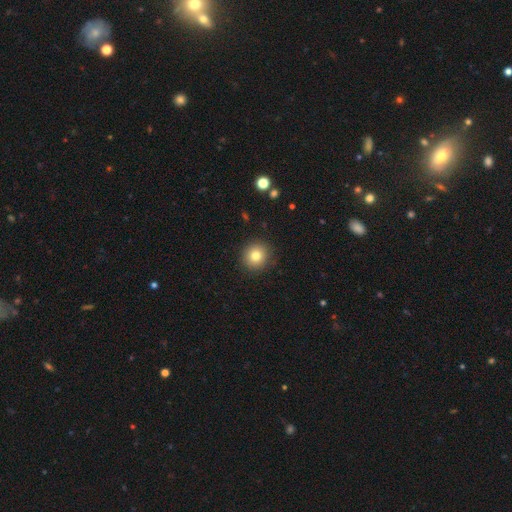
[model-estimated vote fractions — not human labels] A smooth galaxy with no disk features (80%) that is round (93%). Merging: none (91%).